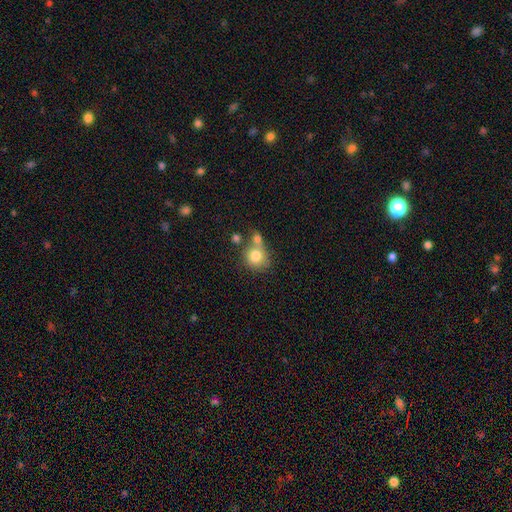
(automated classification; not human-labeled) Overall: smooth (79%). How rounded: round (81%). Merging: none (41%; merger 40%).